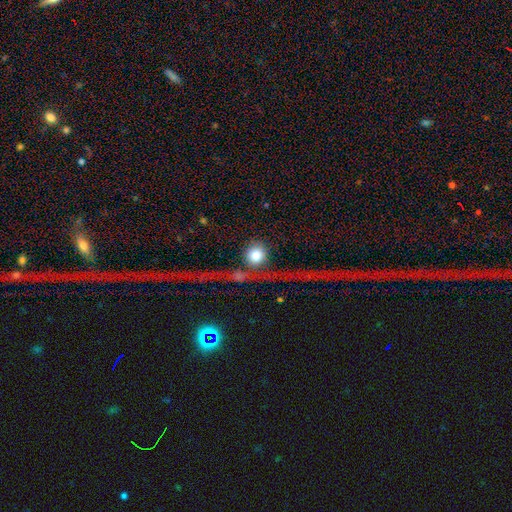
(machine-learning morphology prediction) type=smooth (69%); roundness=round (91%); merging=none (59%).